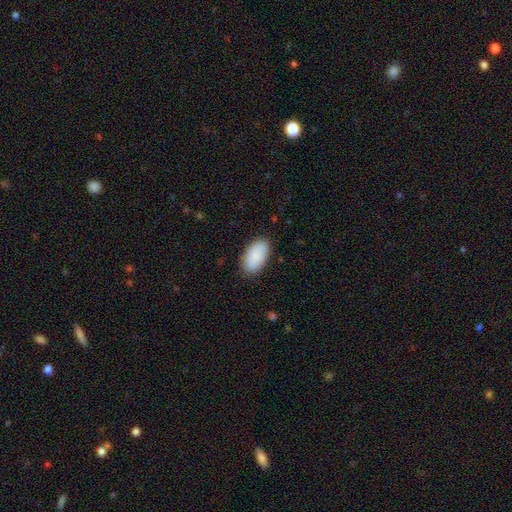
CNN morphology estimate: smooth-or-featured: smooth: 89% | star or artifact: 6% | featured or disk: 5%
  how-rounded: in between: 95% | round: 3% | cigar-shaped: 2%
  merging: none: 86% | minor disturbance: 11% | major disturbance: 2% | merger: 1%